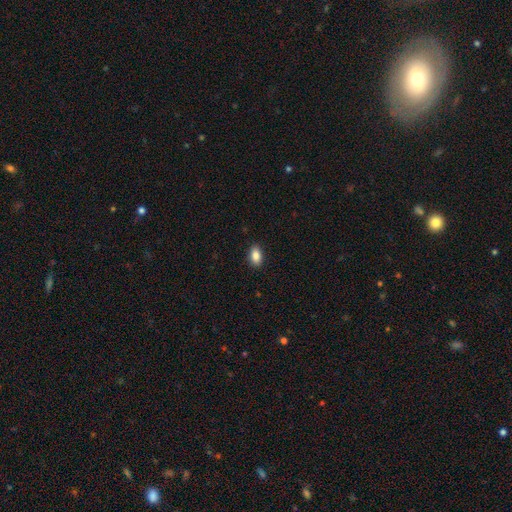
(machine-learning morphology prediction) The model was most divided on "smooth or featured": smooth: 87%, star or artifact: 8%, featured or disk: 5%. More confident: how rounded — in between (90%); merging — none (89%).